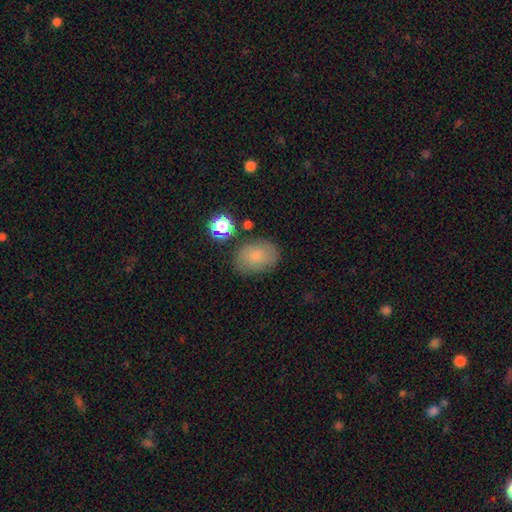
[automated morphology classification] smooth 76%, featured or disk 13%, star or artifact 10%. Down the decision tree: how rounded — in between (73%); merging — none (76%).